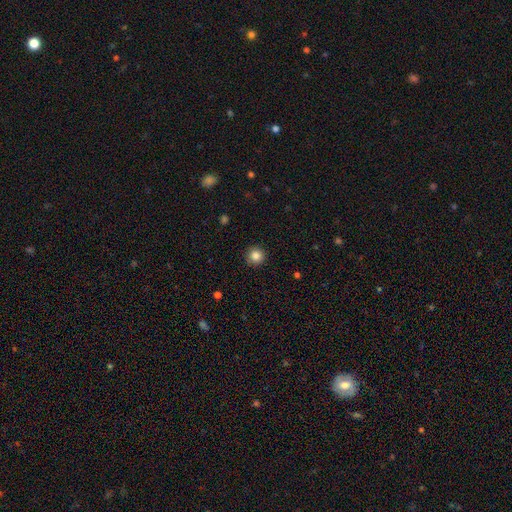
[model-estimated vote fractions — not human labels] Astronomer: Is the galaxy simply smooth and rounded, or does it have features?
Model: smooth — 84%.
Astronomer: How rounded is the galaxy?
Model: round — 95%.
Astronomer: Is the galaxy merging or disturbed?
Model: none — 92%.